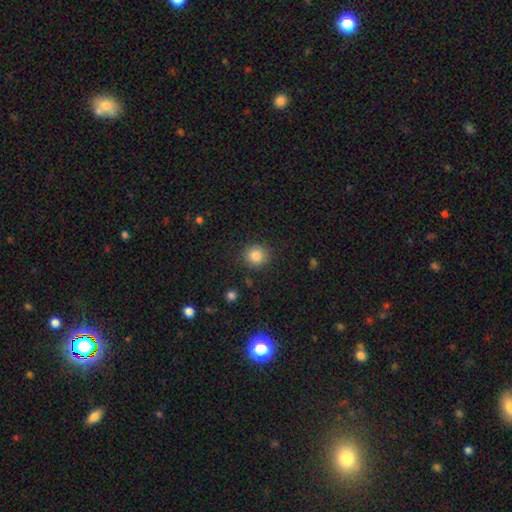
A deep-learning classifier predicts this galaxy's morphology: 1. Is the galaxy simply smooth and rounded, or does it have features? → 84% smooth, 10% star or artifact, 5% featured or disk.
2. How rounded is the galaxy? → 91% round, 8% in between, 1% cigar-shaped.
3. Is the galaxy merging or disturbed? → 88% none, 8% minor disturbance, 3% major disturbance, 1% merger.